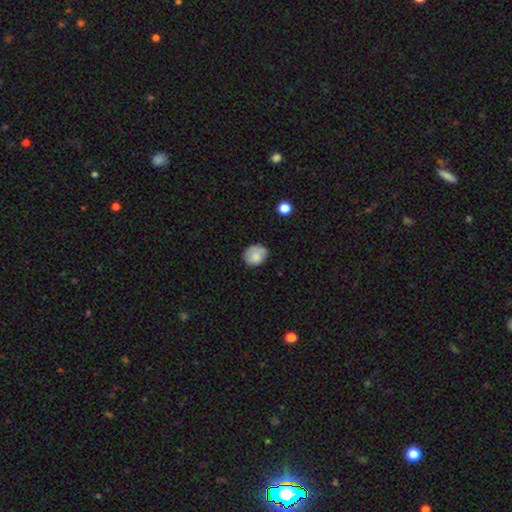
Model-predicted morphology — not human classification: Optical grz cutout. It shows a smooth galaxy with no disk features (79%) that is round (65%). Merging: none (62%).